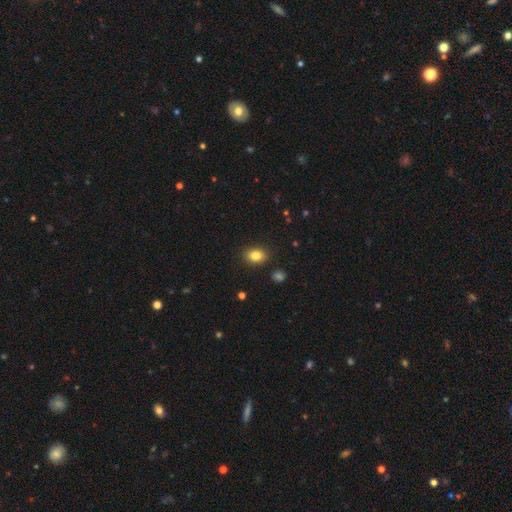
Overall: smooth (85%). How rounded: in between (71%). Merging: none (97%).